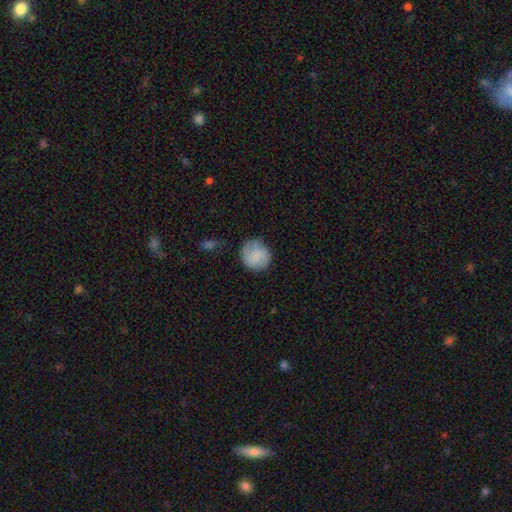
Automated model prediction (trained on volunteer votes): Smooth or featured: smooth — 70% (featured or disk — 22%)
How rounded: round — 87% (in between — 12%)
Merging: none — 67% (minor disturbance — 23%)